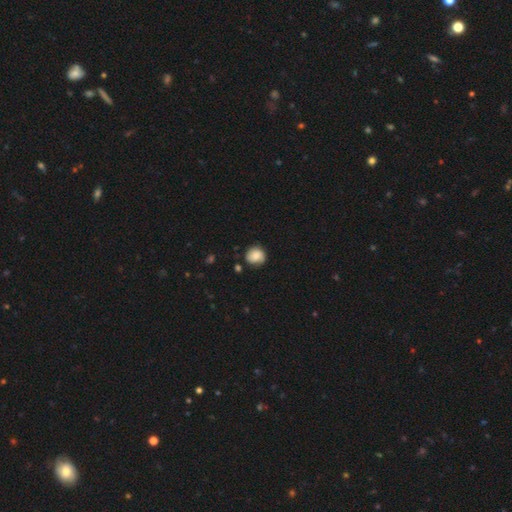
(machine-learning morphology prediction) smooth-or-featured: smooth: 69% | featured or disk: 22% | star or artifact: 8%
  how-rounded: round: 81% | in between: 18% | cigar-shaped: 1%
  merging: none: 73% | minor disturbance: 20% | major disturbance: 5% | merger: 2%